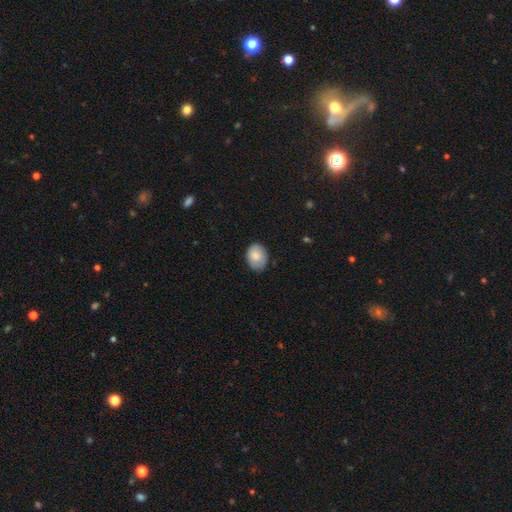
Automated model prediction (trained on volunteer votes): Smooth or featured: smooth — 83% (featured or disk — 10%)
How rounded: in between — 71% (round — 29%)
Merging: none — 73% (minor disturbance — 23%)